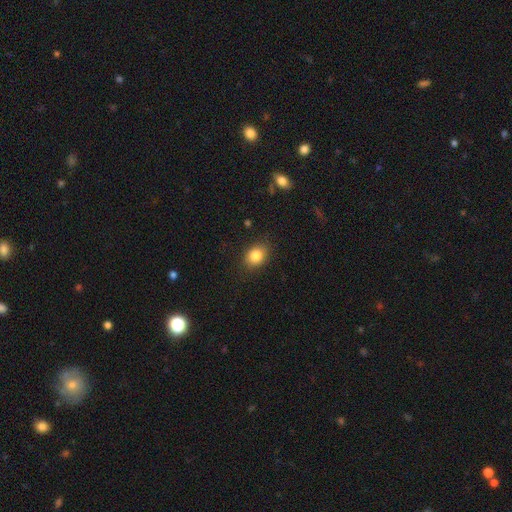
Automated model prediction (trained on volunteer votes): Overall: smooth (84%). How rounded: in between (57%; round 42%). Merging: none (85%).